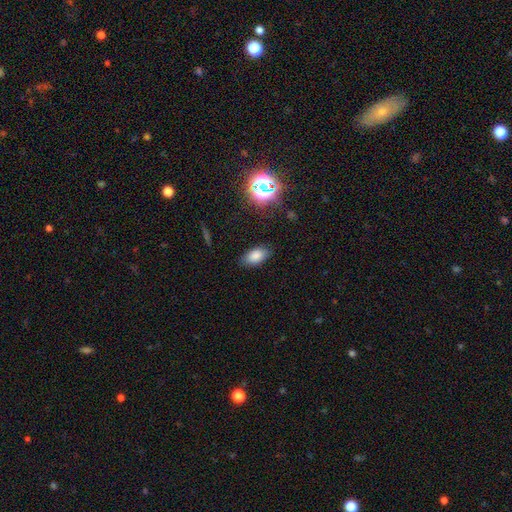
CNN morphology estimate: The model was most divided on "smooth or featured": smooth: 80%, star or artifact: 13%, featured or disk: 7%. More confident: how rounded — in between (91%); merging — none (83%).